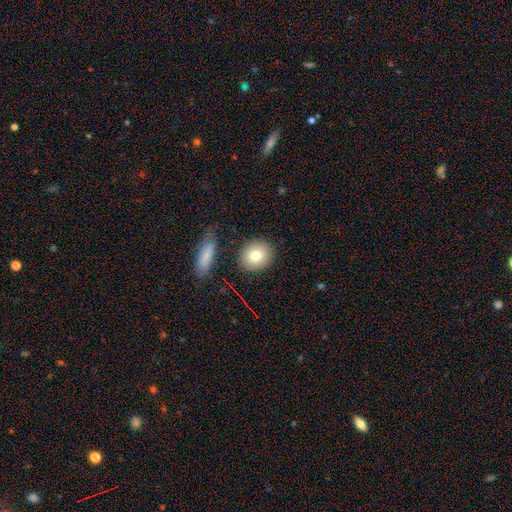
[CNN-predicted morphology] smooth_or_featured: smooth (p=0.78) [alt: featured or disk p=0.12]
how_rounded: round (p=0.81) [alt: in between p=0.18]
merging: none (p=0.84) [alt: minor disturbance p=0.09]